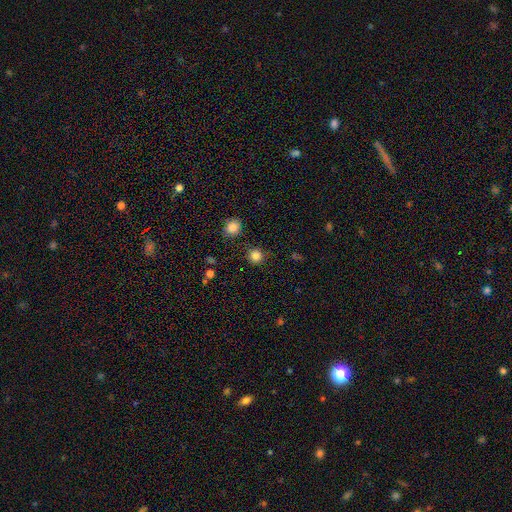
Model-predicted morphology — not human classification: smooth_or_featured: smooth (p=0.83) [alt: star or artifact p=0.13]
how_rounded: round (p=0.93) [alt: in between p=0.06]
merging: none (p=0.85) [alt: minor disturbance p=0.09]